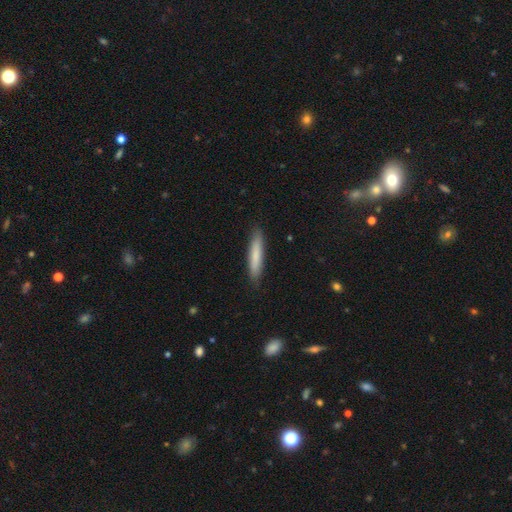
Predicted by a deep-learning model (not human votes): Smooth or featured? Predicted: smooth (p=0.78). How rounded? Predicted: cigar-shaped (p=0.89). Merging? Predicted: none (p=0.88).